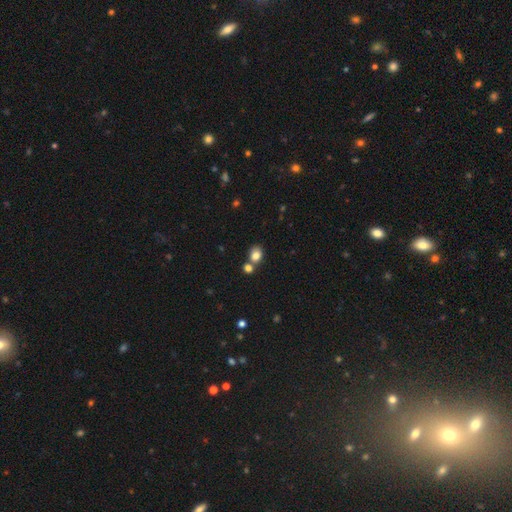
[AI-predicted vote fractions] smooth_or_featured: smooth (p=0.82) [alt: star or artifact p=0.11]
how_rounded: round (p=0.52) [alt: in between p=0.47]
merging: none (p=0.56) [alt: merger p=0.31]